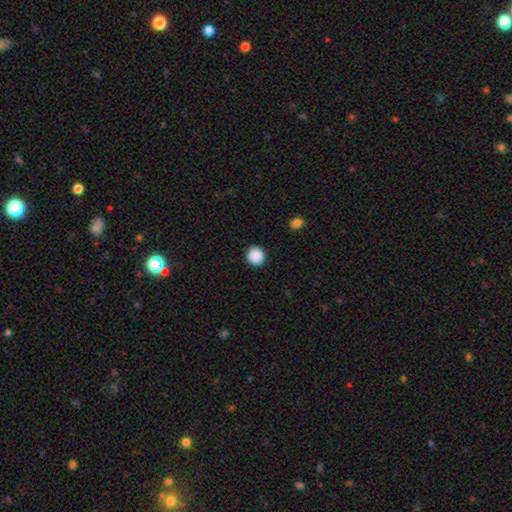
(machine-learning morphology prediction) The model was most divided on "smooth or featured": smooth: 89%, star or artifact: 8%, featured or disk: 3%. More confident: how rounded — round (92%); merging — none (92%).